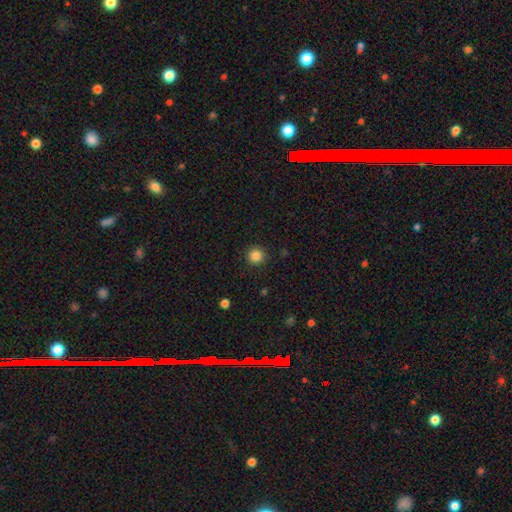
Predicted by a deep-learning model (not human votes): smooth 85%, star or artifact 11%, featured or disk 4%. Down the decision tree: how rounded — round (95%); merging — none (91%).